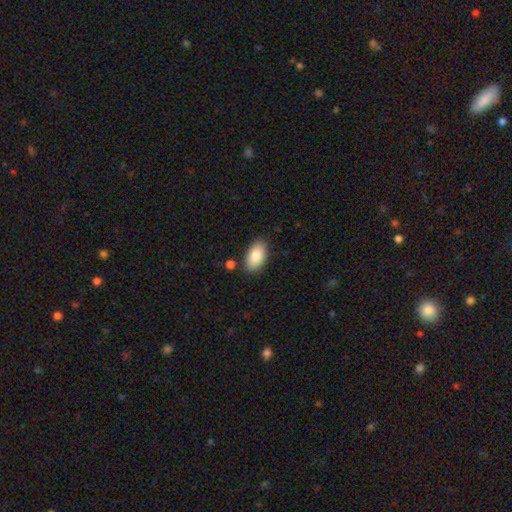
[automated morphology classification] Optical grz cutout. It shows a smooth galaxy with no disk features (86%) that is in between round and cigar-shaped (95%). Merging: none (84%).